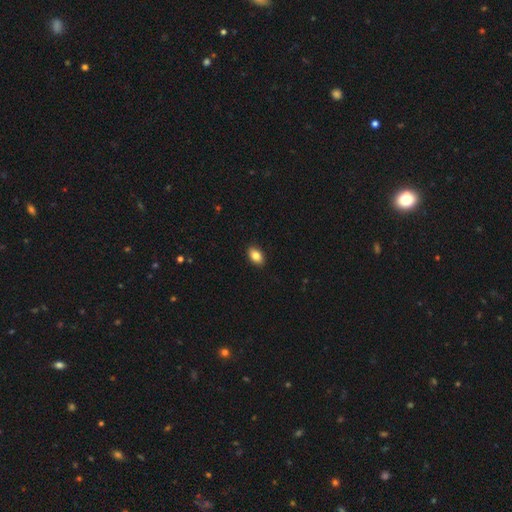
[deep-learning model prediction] Q: Smooth or featured?
A: smooth (85%); runner-up: star or artifact (8%)
Q: How rounded?
A: in between (88%); runner-up: round (10%)
Q: Merging?
A: none (91%); runner-up: minor disturbance (7%)